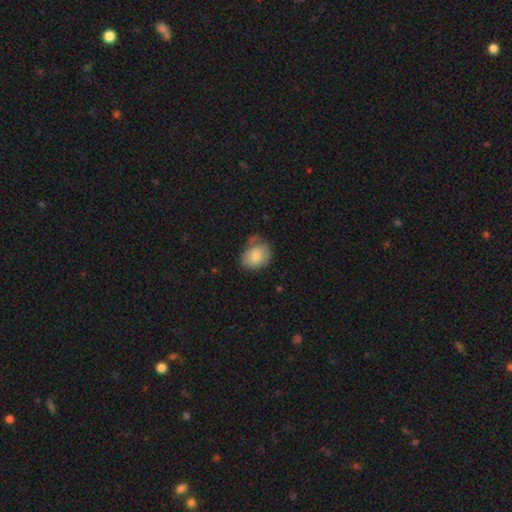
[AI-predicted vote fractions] Overall: smooth (78%). How rounded: in between (59%; round 40%). Merging: none (58%; minor disturbance 29%).